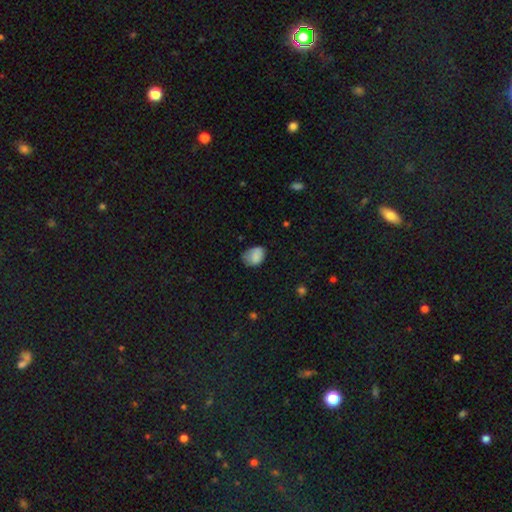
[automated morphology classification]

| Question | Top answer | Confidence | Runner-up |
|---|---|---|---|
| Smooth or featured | smooth | 81% | featured or disk (10%) |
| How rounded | in between | 64% | round (35%) |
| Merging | none | 50% | minor disturbance (36%) |